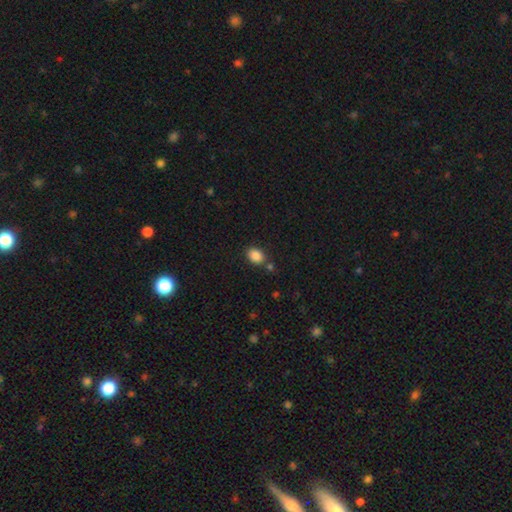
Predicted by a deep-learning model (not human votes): A smooth galaxy with no disk features (87%) that is in between round and cigar-shaped (67%). Merging: none (77%).